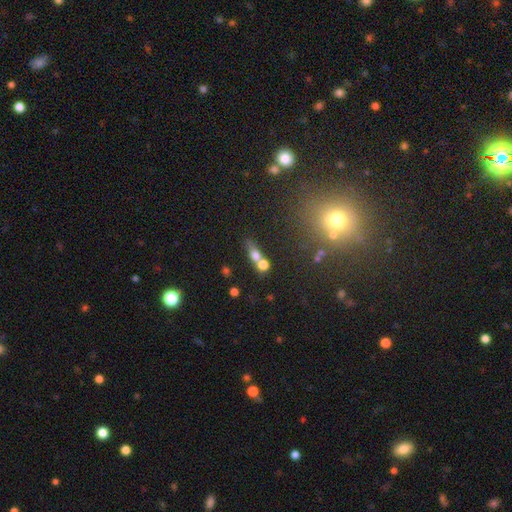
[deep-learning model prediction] A smooth galaxy with no disk features (66%) that is in between round and cigar-shaped (47%). Merging: merger (52%).